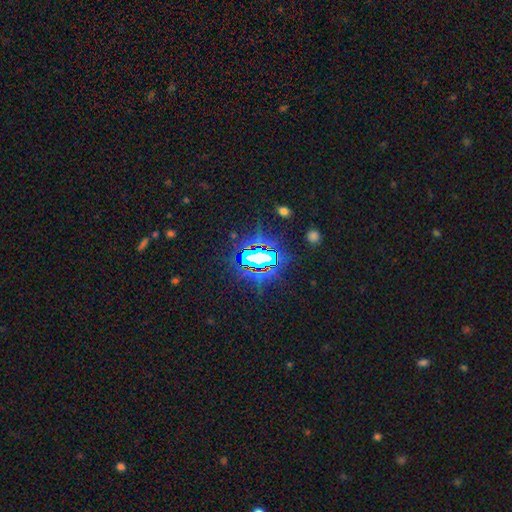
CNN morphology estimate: smooth_or_featured: star or artifact (p=0.75) [alt: smooth p=0.13]